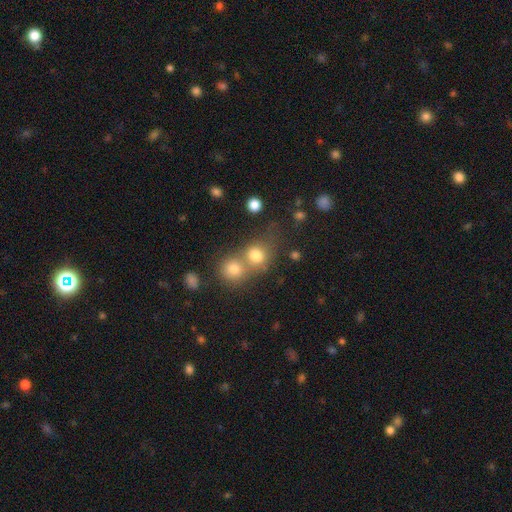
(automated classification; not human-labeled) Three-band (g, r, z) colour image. It shows a smooth galaxy with no disk features (76%) that is round (74%). Merging: merger (49%).